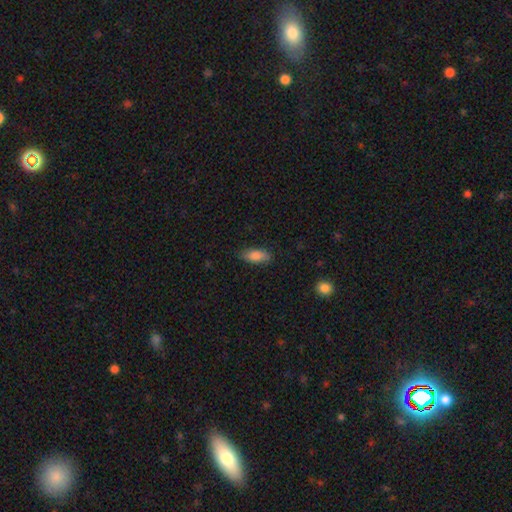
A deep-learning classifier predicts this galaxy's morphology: This appears to be a smooth galaxy with no disk features (84%) that is in between round and cigar-shaped (82%). Merging: none (84%).